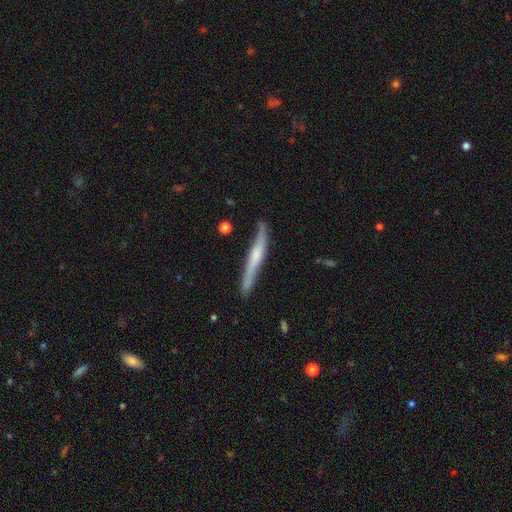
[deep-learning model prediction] The model was most divided on "edge-on bulge": rounded: 43%, none: 39%, boxy: 18%. More confident: edge-on disk — yes (88%); merging — none (75%); smooth or featured — featured or disk (60%).